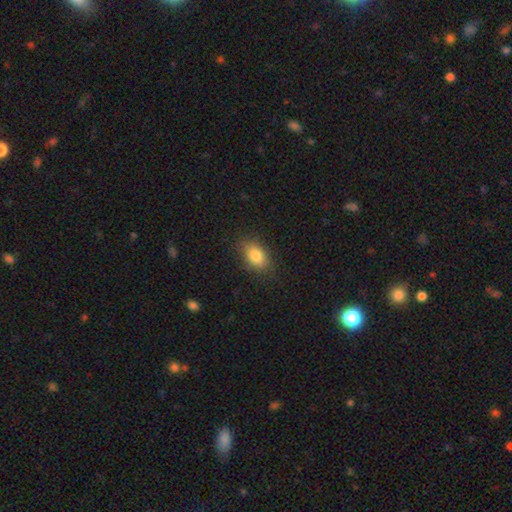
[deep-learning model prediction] Q: Smooth or featured?
A: smooth (83%); runner-up: featured or disk (9%)
Q: How rounded?
A: in between (85%); runner-up: round (13%)
Q: Merging?
A: none (82%); runner-up: minor disturbance (14%)